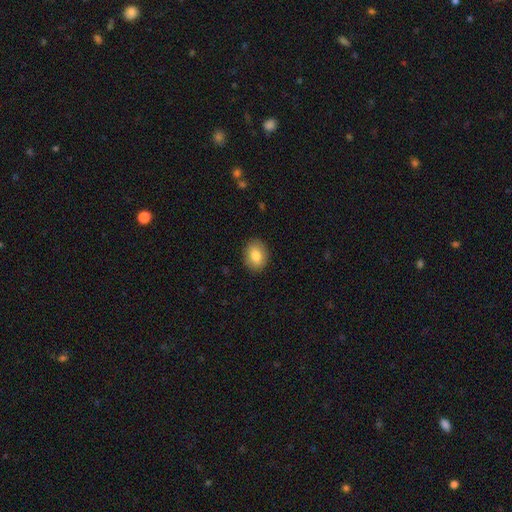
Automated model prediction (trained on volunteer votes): smooth_or_featured: smooth (p=0.81) [alt: featured or disk p=0.11]
how_rounded: in between (p=0.57) [alt: round p=0.42]
merging: none (p=0.88) [alt: minor disturbance p=0.09]